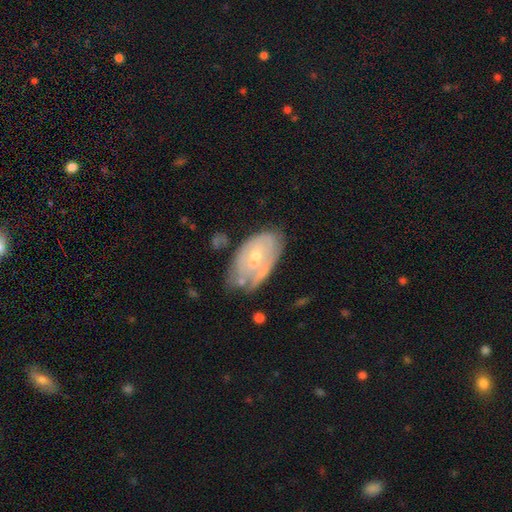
featured or disk 67%, smooth 23%, star or artifact 10%. Down the decision tree: edge-on disk — no (85%); bar — no (86%); spiral arms — no (68%); bulge size — small (77%); merging — none (31%).